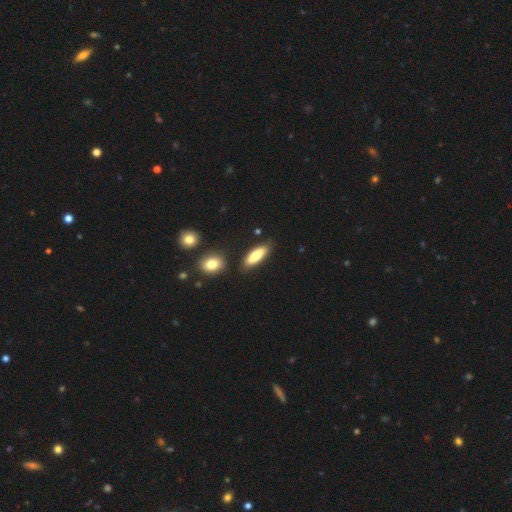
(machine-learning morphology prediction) smooth_or_featured: smooth (p=0.80) [alt: featured or disk p=0.14]
how_rounded: cigar-shaped (p=0.50) [alt: in between p=0.48]
merging: none (p=0.80) [alt: minor disturbance p=0.12]